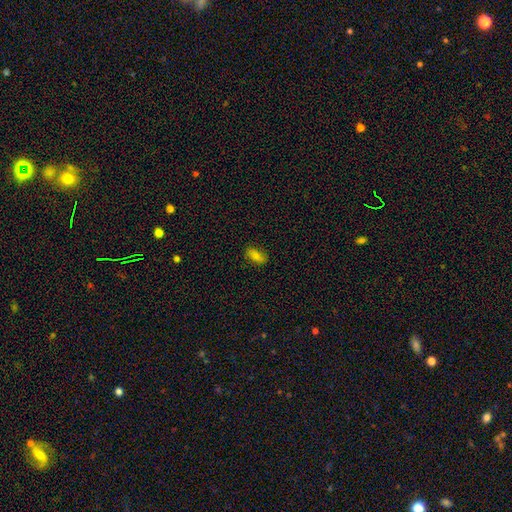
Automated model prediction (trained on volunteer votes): A smooth galaxy with no disk features (75%) that is in between round and cigar-shaped (87%). Merging: none (85%).